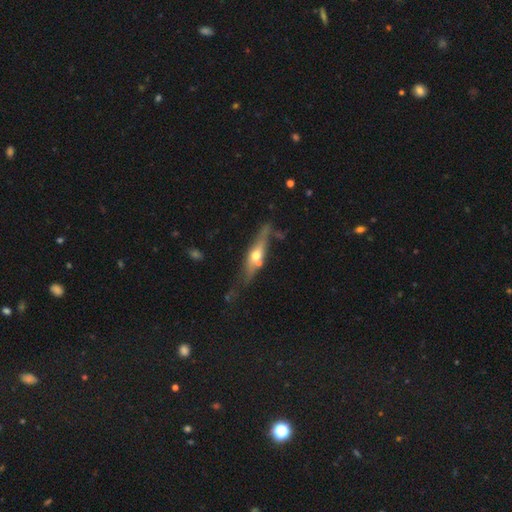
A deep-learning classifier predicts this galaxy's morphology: Q: Smooth or featured?
A: featured or disk (63%); runner-up: smooth (31%)
Q: Edge-on disk?
A: yes (83%); runner-up: no (17%)
Q: Edge-on bulge?
A: rounded (93%); runner-up: none (4%)
Q: Merging?
A: none (61%); runner-up: minor disturbance (21%)